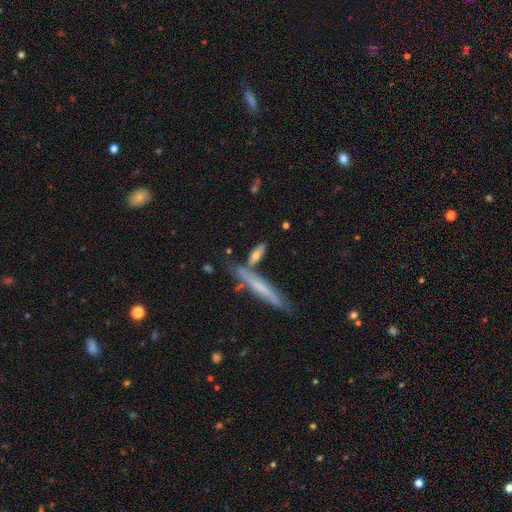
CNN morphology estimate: Smooth or featured? Predicted: smooth (p=0.61). How rounded? Predicted: cigar-shaped (p=0.67). Merging? Predicted: none (p=0.61).